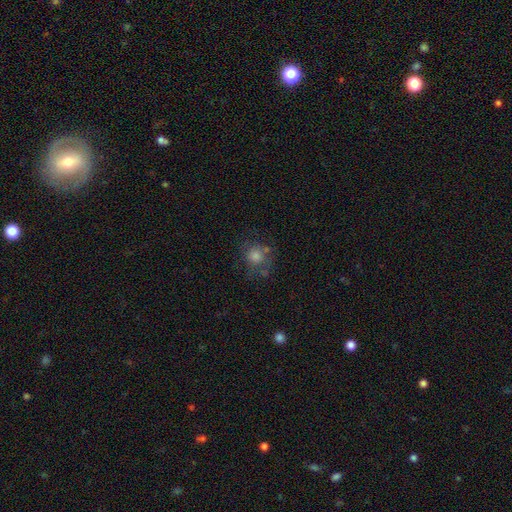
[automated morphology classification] smooth 59%, featured or disk 24%, star or artifact 17%. Down the decision tree: how rounded — round (83%); merging — none (61%).